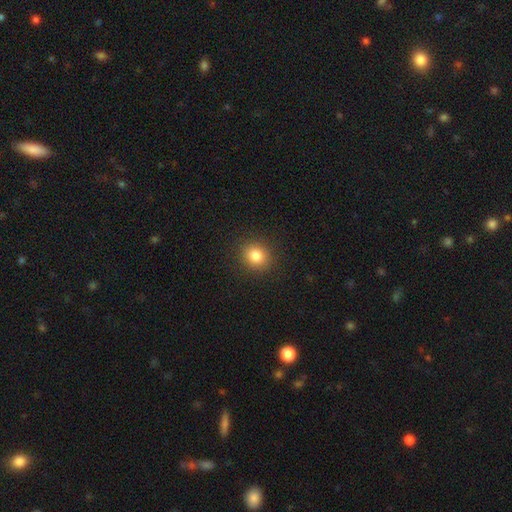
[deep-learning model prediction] The model was most divided on "how rounded": round: 79%, in between: 20%, cigar-shaped: 1%. More confident: merging — none (90%); smooth or featured — smooth (83%).